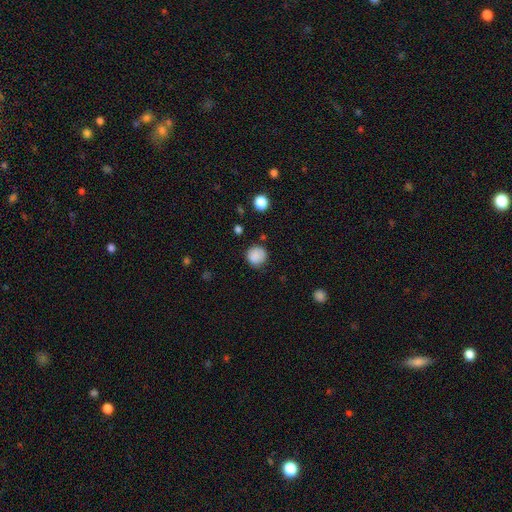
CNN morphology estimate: The model was most divided on "merging": none: 76%, minor disturbance: 18%, major disturbance: 4%, merger: 2%. More confident: how rounded — round (90%); smooth or featured — smooth (86%).